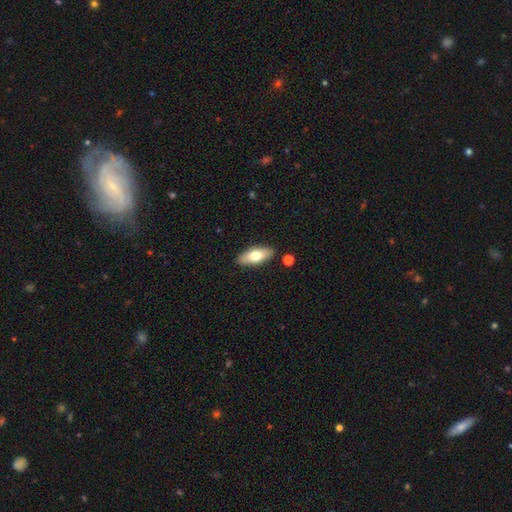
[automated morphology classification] Smooth or featured? smooth (70%)
How rounded? in between (79%)
Merging? none (86%)